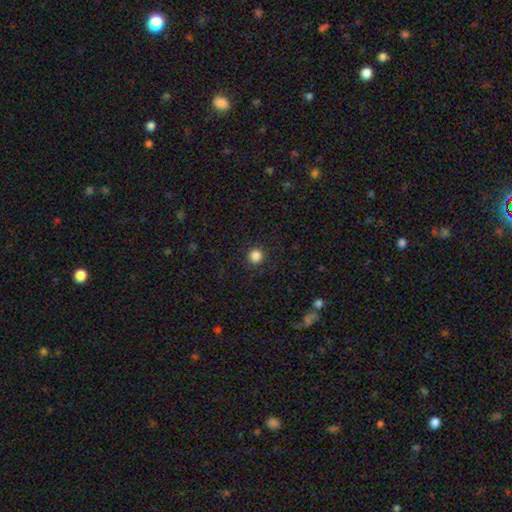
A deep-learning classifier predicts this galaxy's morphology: smooth 85%, star or artifact 12%, featured or disk 4%. Down the decision tree: how rounded — round (95%); merging — none (91%).